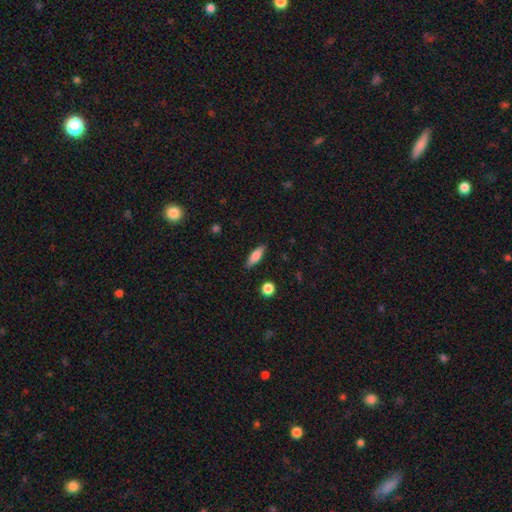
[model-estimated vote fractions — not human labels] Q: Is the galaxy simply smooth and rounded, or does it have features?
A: smooth — 77%.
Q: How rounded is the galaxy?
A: in between — 53%.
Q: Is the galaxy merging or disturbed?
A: none — 86%.